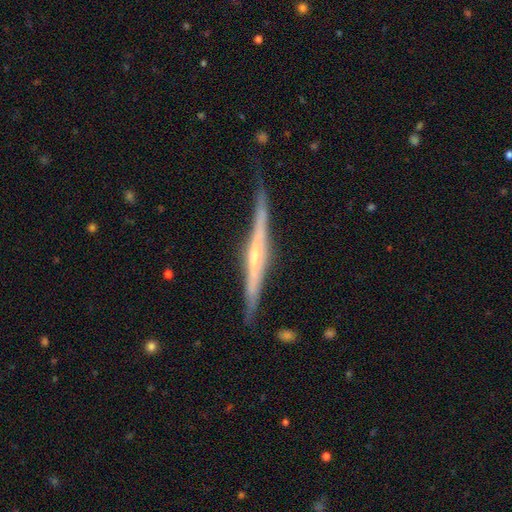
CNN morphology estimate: A featured or disk galaxy (77%) viewed edge-on (97%) with a rounded central bulge (54%).

Vote fractions:
- Smooth or featured? featured or disk: 77% / smooth: 18% / star or artifact: 5%
- Edge-on disk? yes: 97% / no: 3%
- Edge-on bulge? rounded: 54% / none: 35% / boxy: 11%
- Merging? none: 79% / minor disturbance: 16% / major disturbance: 3% / merger: 2%